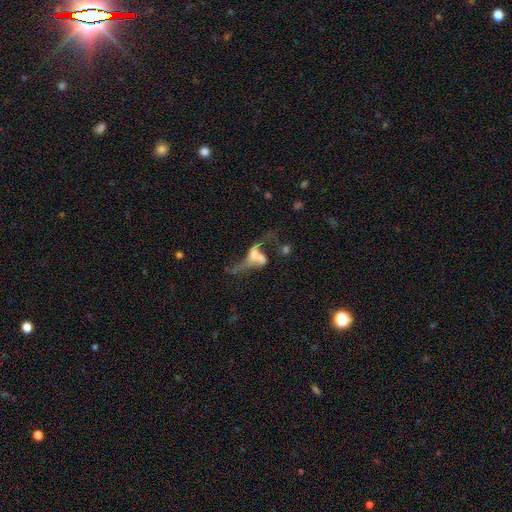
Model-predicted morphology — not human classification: This appears to be a featured or disk galaxy (58%) with no bar (72%), no spiral arms (60%) and no central bulge (42%). Merging: merger (45%).